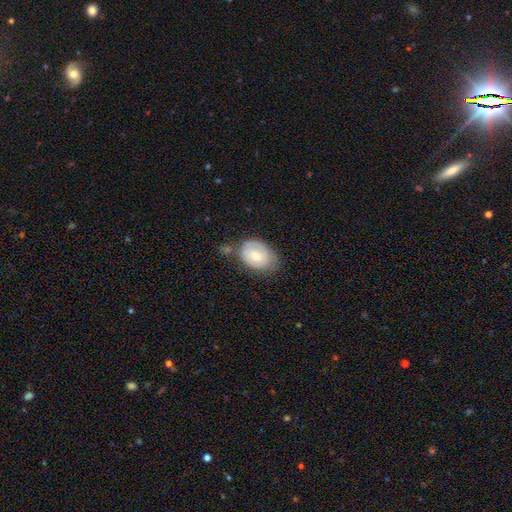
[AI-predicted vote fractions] Overall: smooth (68%). How rounded: in between (78%). Merging: none (53%; minor disturbance 28%).